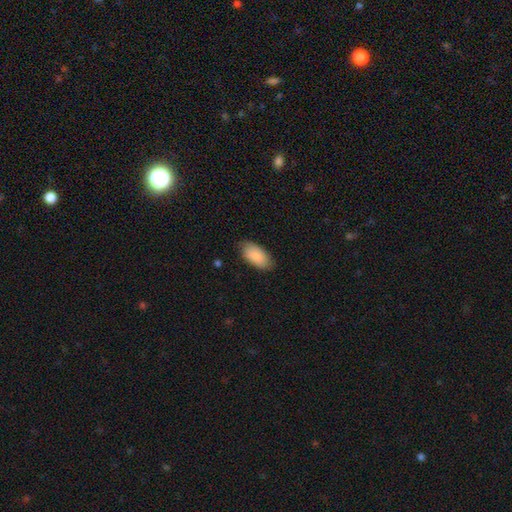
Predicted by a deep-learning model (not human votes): The model was most divided on "merging": none: 81%, minor disturbance: 15%, major disturbance: 3%, merger: 1%. More confident: how rounded — in between (94%); smooth or featured — smooth (89%).